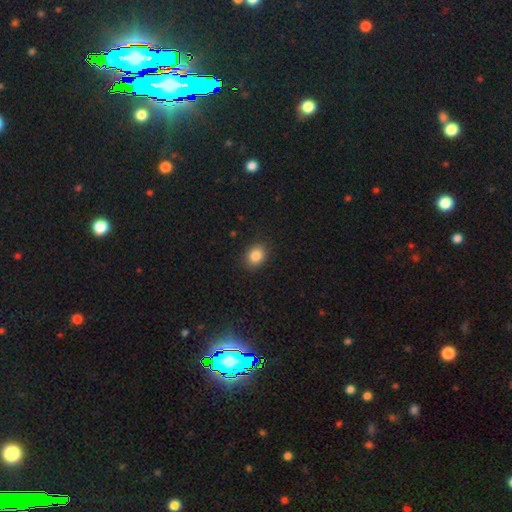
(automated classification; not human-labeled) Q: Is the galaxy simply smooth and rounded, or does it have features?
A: smooth — 85%.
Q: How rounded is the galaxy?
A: round — 50%.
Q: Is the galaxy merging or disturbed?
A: none — 88%.